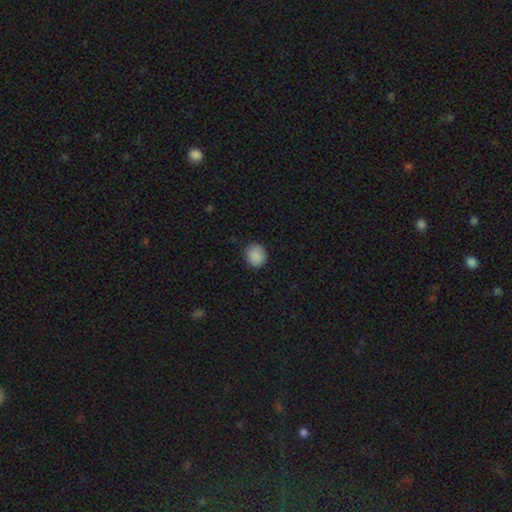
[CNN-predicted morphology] Smooth or featured? smooth (89%)
How rounded? round (90%)
Merging? none (91%)